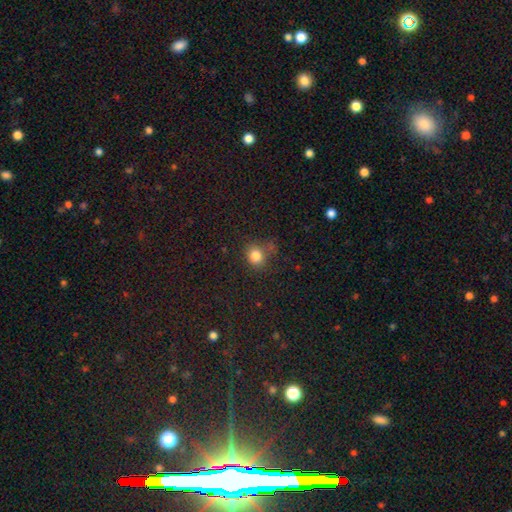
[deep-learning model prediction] Smooth or featured: smooth — 81% (star or artifact — 13%)
How rounded: round — 70% (in between — 29%)
Merging: none — 65% (minor disturbance — 20%)